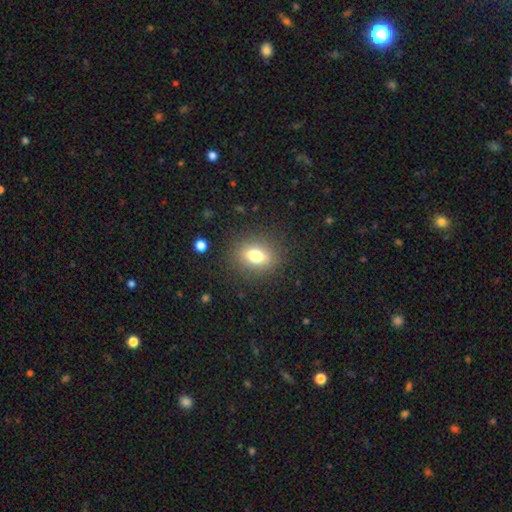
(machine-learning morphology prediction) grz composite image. It shows a smooth galaxy with no disk features (71%) that is in between round and cigar-shaped (59%). Merging: none (86%).